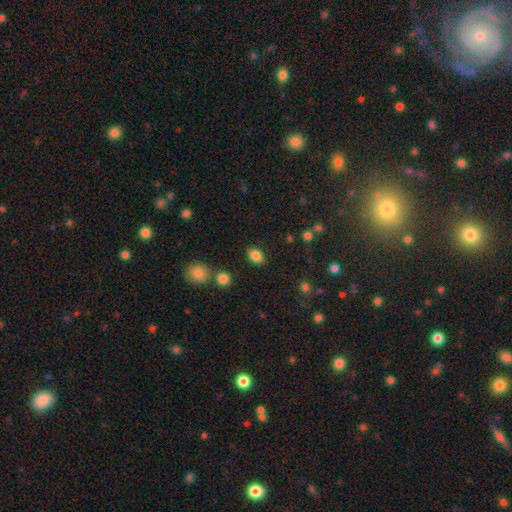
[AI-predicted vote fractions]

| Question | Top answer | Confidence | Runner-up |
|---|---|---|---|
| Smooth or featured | smooth | 85% | star or artifact (9%) |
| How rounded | in between | 80% | round (18%) |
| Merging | none | 85% | minor disturbance (9%) |